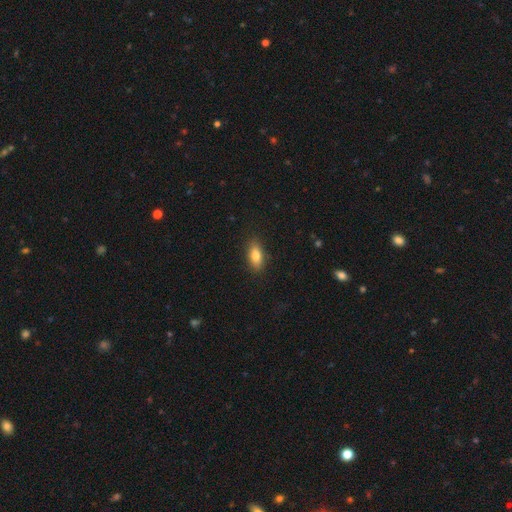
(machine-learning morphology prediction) This is likely a smooth galaxy (79%). How rounded: clearly in between (83%). Merging: clearly none (85%).